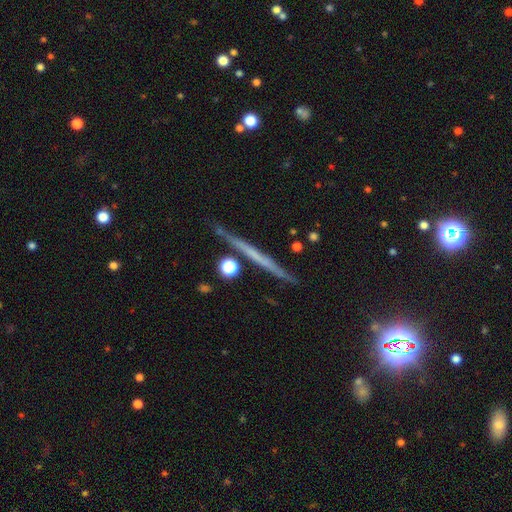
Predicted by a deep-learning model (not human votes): A featured or disk galaxy (60%) viewed edge-on (97%) with no central bulge (87%).

Vote fractions:
- Smooth or featured? featured or disk: 60% / smooth: 32% / star or artifact: 8%
- Edge-on disk? yes: 97% / no: 3%
- Edge-on bulge? none: 87% / rounded: 9% / boxy: 5%
- Merging? none: 88% / minor disturbance: 8% / merger: 2% / major disturbance: 2%